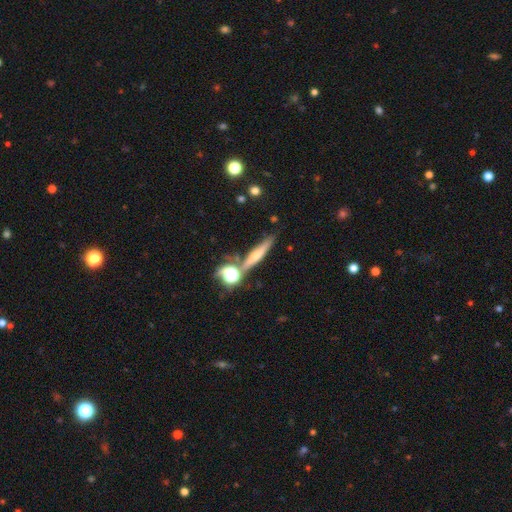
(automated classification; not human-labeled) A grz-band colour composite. It shows a featured or disk galaxy (45%). Merging: none (71%).